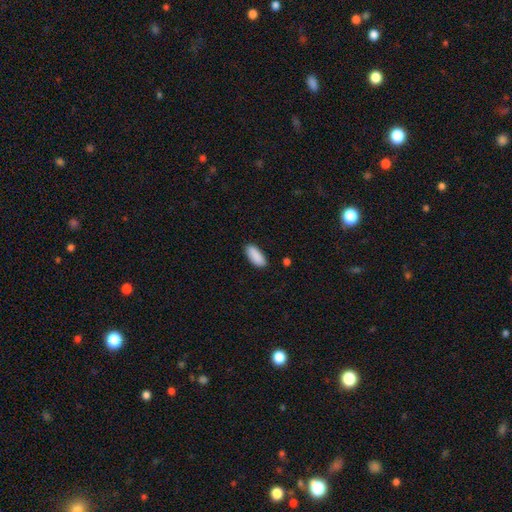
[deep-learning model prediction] smooth 90%, star or artifact 6%, featured or disk 4%. Down the decision tree: how rounded — in between (82%); merging — none (86%).